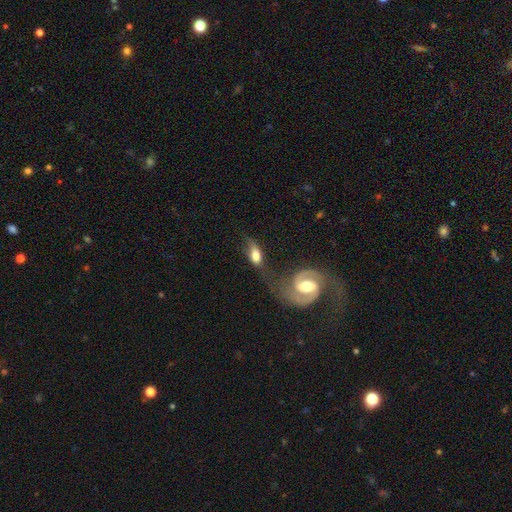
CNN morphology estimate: This appears to be a smooth galaxy with no disk features (49%). Merging: none (39%).